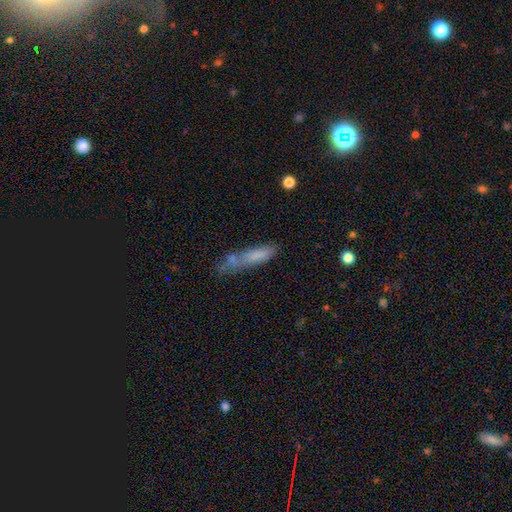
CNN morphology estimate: Overall: smooth (71%). How rounded: cigar-shaped (75%). Merging: none (46%; minor disturbance 25%).